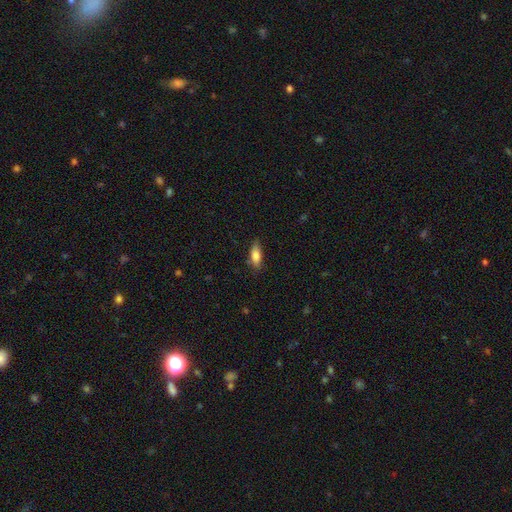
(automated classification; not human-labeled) The model was most divided on "how rounded": in between: 70%, cigar-shaped: 27%, round: 3%. More confident: smooth or featured — smooth (81%); merging — none (76%).